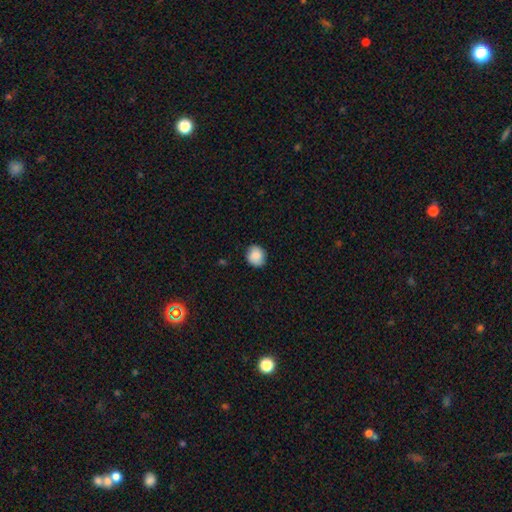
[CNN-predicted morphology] smooth_or_featured: smooth (p=0.85) [alt: star or artifact p=0.08]
how_rounded: round (p=0.79) [alt: in between p=0.21]
merging: none (p=0.83) [alt: minor disturbance p=0.13]